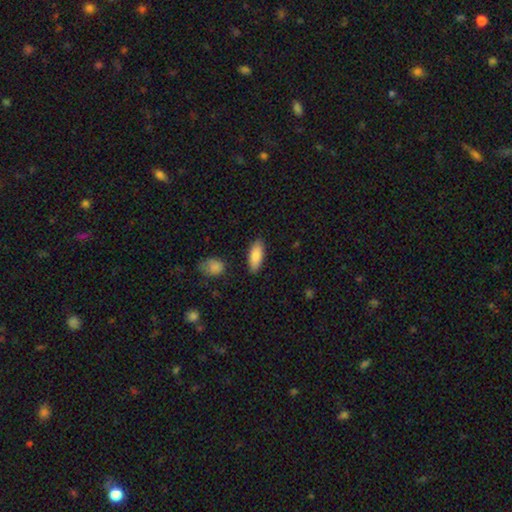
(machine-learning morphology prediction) Smooth or featured? Predicted: smooth (p=0.86). How rounded? Predicted: in between (p=0.79). Merging? Predicted: none (p=0.85).